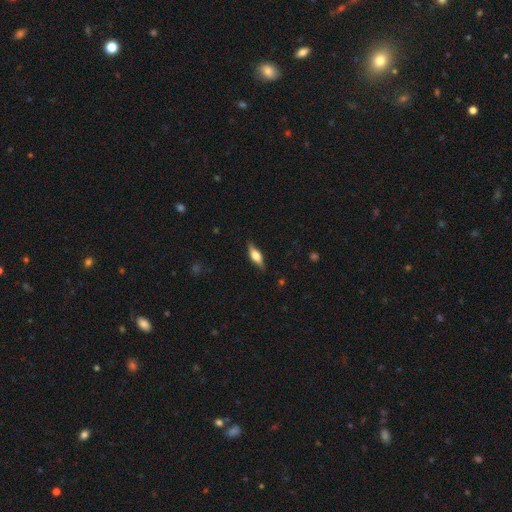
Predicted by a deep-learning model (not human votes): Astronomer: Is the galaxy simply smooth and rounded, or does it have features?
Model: featured or disk — 52% (runner-up: smooth, 41%).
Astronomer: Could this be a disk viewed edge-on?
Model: yes — 93%.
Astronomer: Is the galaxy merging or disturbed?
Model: none — 84%.